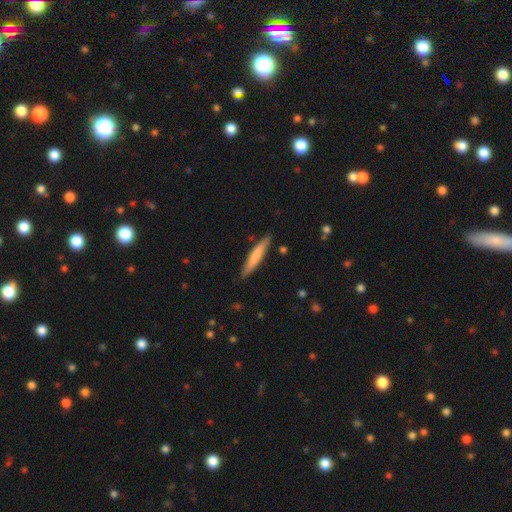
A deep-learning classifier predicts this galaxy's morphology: This is likely a smooth galaxy (69%). How rounded: clearly cigar-shaped (93%). Merging: clearly none (86%).